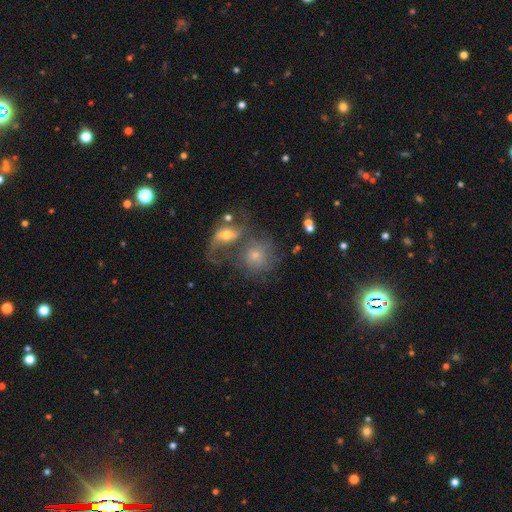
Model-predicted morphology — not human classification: This is possibly a smooth galaxy (46%). Merging: possibly merger (54%).